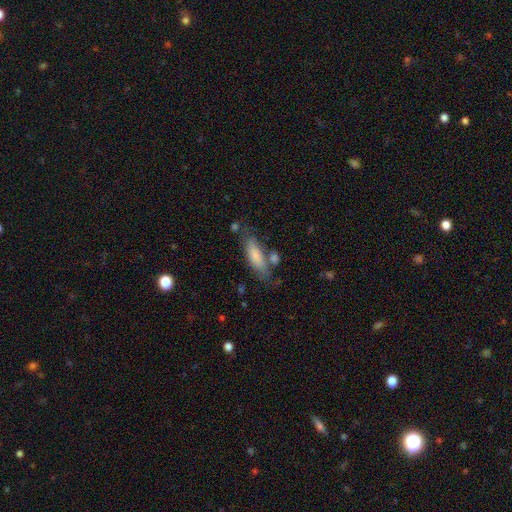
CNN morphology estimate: Smooth or featured? Predicted: smooth (p=0.78). How rounded? Predicted: in between (p=0.53). Merging? Predicted: none (p=0.62).